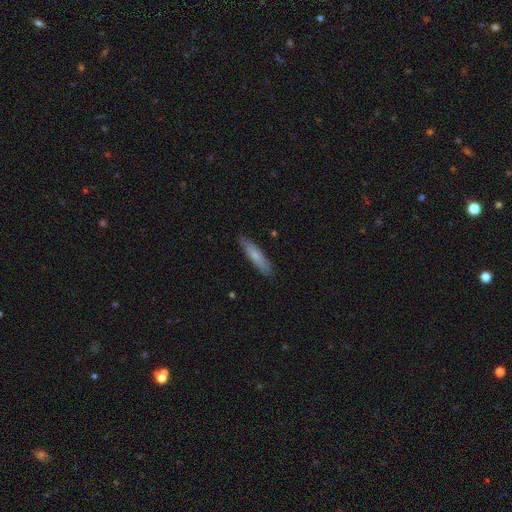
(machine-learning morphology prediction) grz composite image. It shows a smooth galaxy with no disk features (72%) that is cigar-shaped (83%). Merging: none (88%).